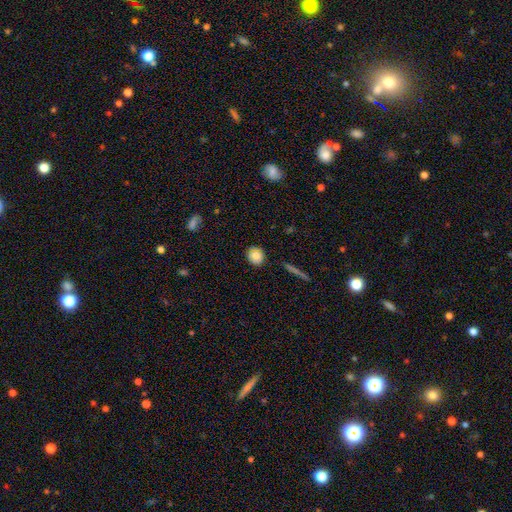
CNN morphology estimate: Q: Smooth or featured?
A: smooth (81%); runner-up: featured or disk (10%)
Q: How rounded?
A: round (86%); runner-up: in between (13%)
Q: Merging?
A: none (88%); runner-up: minor disturbance (9%)